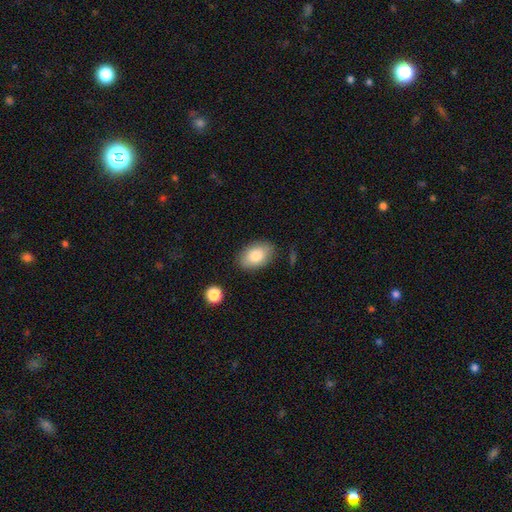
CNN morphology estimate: This appears to be a smooth galaxy with no disk features (82%) that is in between round and cigar-shaped (90%). Merging: none (83%).